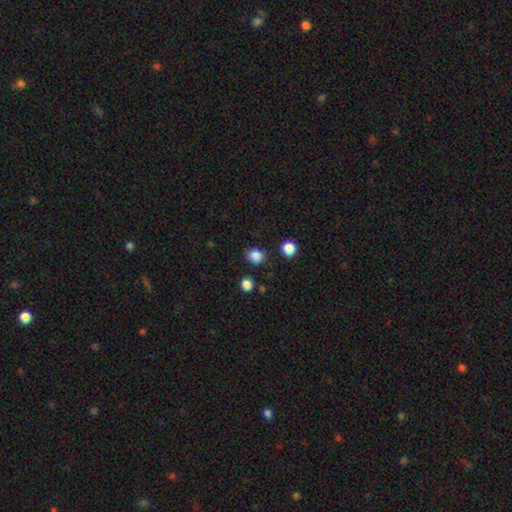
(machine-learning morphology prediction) smooth-or-featured: smooth: 85% | star or artifact: 12% | featured or disk: 3%
  how-rounded: round: 73% | in between: 26% | cigar-shaped: 1%
  merging: none: 85% | minor disturbance: 9% | major disturbance: 3% | merger: 3%